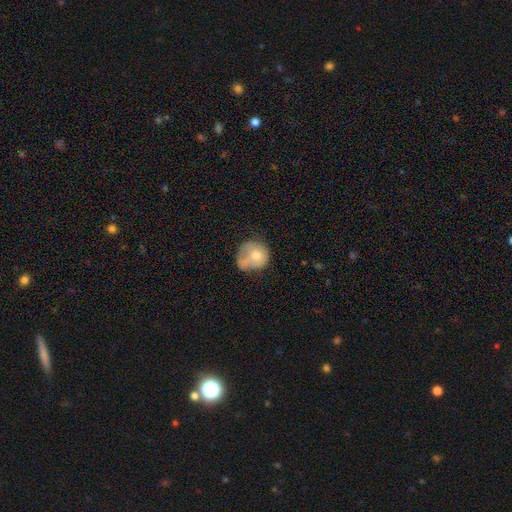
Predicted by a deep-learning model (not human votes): Smooth or featured?
  - smooth: 63% *
  - featured or disk: 28%
  - star or artifact: 9%
How rounded?
  - round: 79% *
  - in between: 20%
  - cigar-shaped: 1%
Merging?
  - none: 39% *
  - minor disturbance: 34%
  - major disturbance: 19%
  - merger: 8%